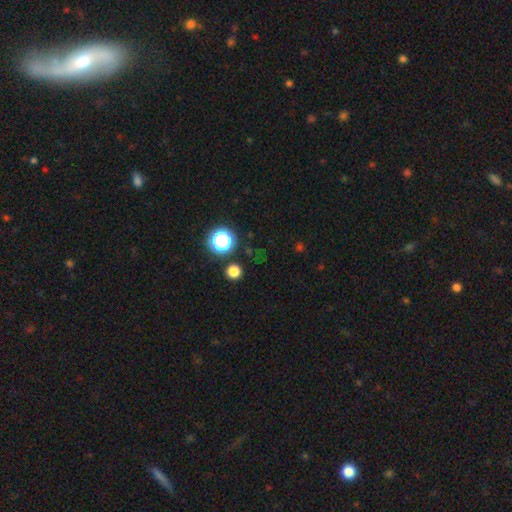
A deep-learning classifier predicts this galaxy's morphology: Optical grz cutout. It shows a star or artifact, not a galaxy (66%).